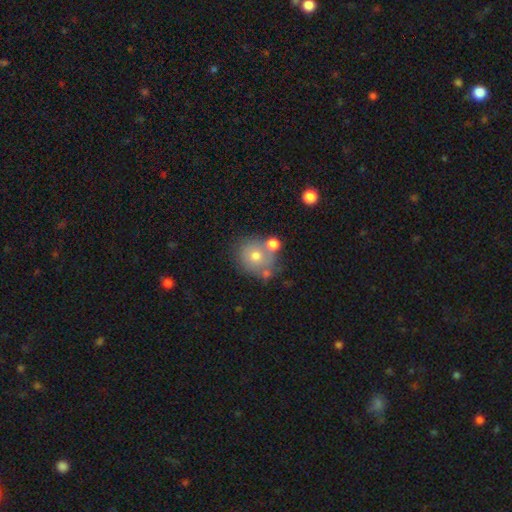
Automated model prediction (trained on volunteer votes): smooth_or_featured: smooth (p=0.67) [alt: featured or disk p=0.22]
how_rounded: round (p=0.82) [alt: in between p=0.17]
merging: none (p=0.53) [alt: merger p=0.27]